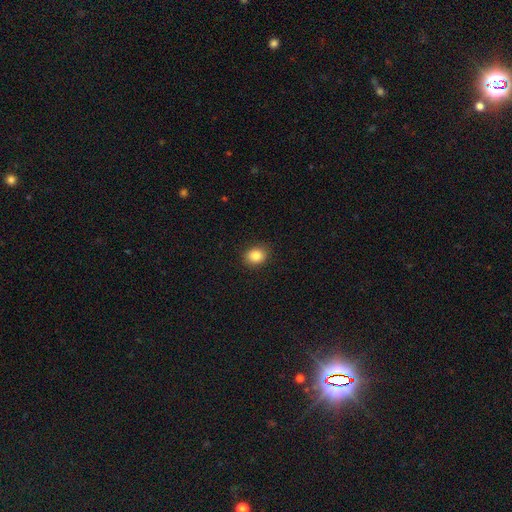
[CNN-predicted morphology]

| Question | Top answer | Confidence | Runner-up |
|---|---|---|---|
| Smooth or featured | smooth | 85% | star or artifact (9%) |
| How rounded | round | 57% | in between (42%) |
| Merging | none | 88% | minor disturbance (8%) |